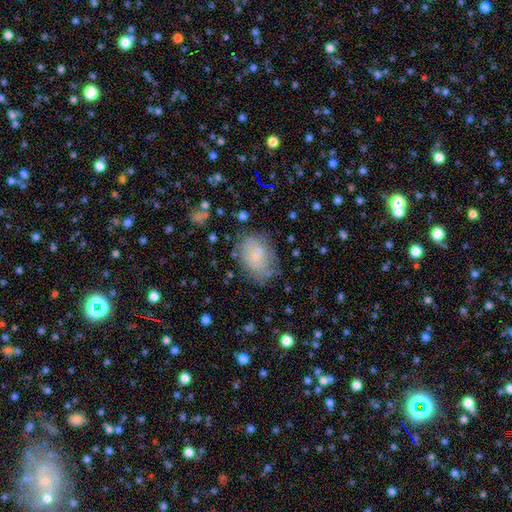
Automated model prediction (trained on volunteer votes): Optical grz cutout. It shows a smooth galaxy with no disk features (68%) that is in between round and cigar-shaped (76%). Merging: none (65%).